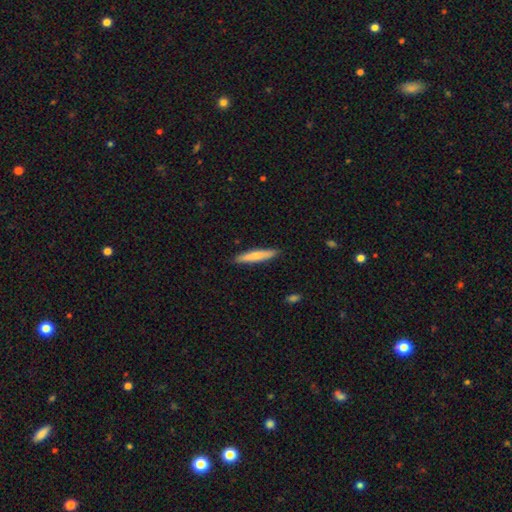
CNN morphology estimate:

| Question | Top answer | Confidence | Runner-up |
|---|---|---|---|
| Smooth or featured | smooth | 71% | featured or disk (24%) |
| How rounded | cigar-shaped | 92% | in between (7%) |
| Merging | none | 90% | minor disturbance (7%) |